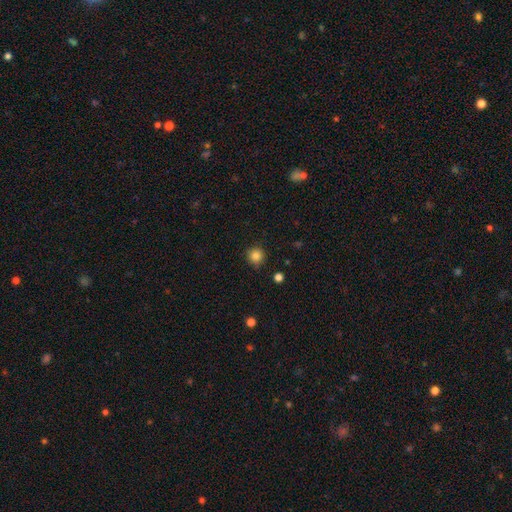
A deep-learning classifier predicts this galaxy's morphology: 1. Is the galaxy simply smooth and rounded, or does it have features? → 84% smooth, 12% star or artifact, 4% featured or disk.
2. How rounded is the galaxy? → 94% round, 5% in between, 1% cigar-shaped.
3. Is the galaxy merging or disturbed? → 87% none, 10% minor disturbance, 2% major disturbance, 1% merger.